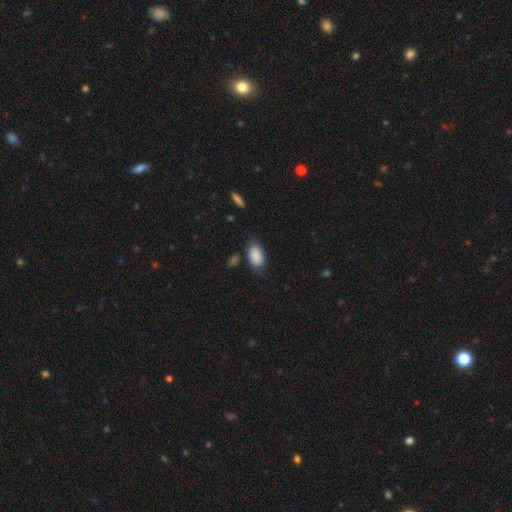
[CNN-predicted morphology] smooth-or-featured: smooth: 87% | star or artifact: 6% | featured or disk: 6%
  how-rounded: in between: 93% | round: 4% | cigar-shaped: 3%
  merging: none: 65% | minor disturbance: 25% | major disturbance: 6% | merger: 4%